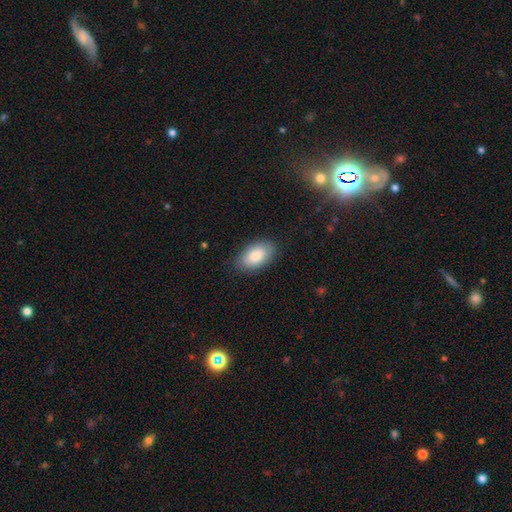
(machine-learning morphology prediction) Overall: smooth (85%). How rounded: in between (94%). Merging: none (84%).